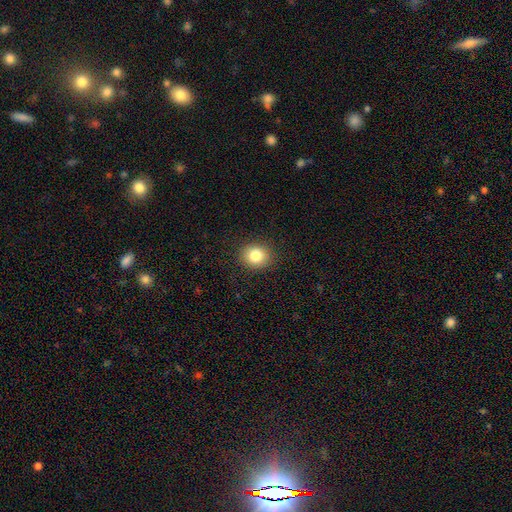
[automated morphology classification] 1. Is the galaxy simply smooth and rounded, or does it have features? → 82% smooth, 11% star or artifact, 7% featured or disk.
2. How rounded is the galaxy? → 77% round, 22% in between, 1% cigar-shaped.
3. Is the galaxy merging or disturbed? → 90% none, 7% minor disturbance, 2% major disturbance, 1% merger.